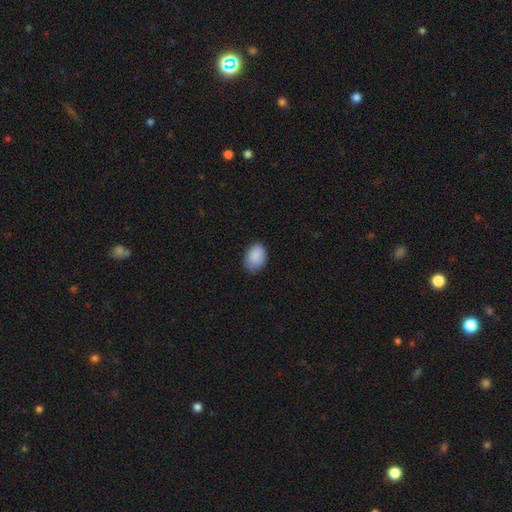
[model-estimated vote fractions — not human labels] The model was most divided on "how rounded": in between: 78%, round: 21%, cigar-shaped: 1%. More confident: smooth or featured — smooth (89%); merging — none (78%).